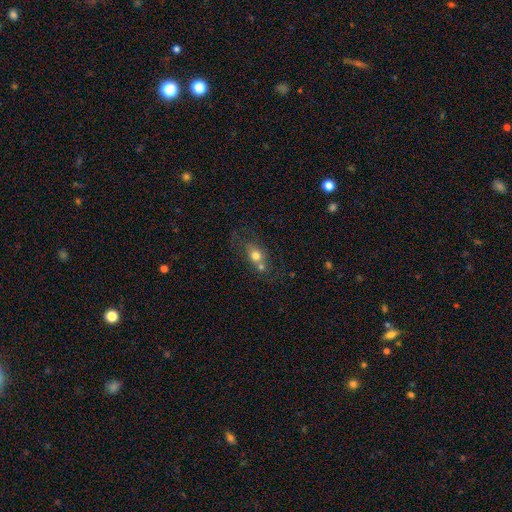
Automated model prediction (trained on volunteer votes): Morphology: type=smooth (66%); roundness=in between (51%); merging=none (40%).